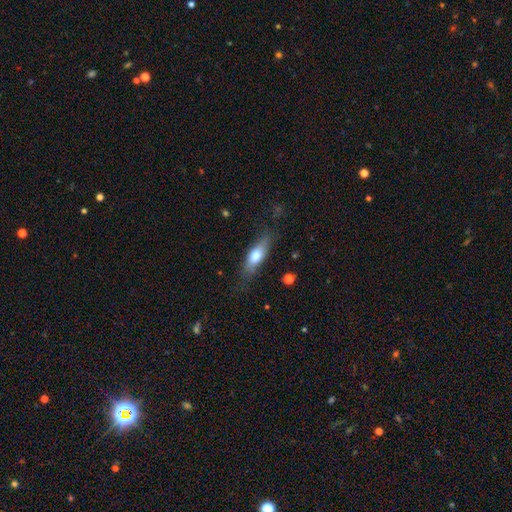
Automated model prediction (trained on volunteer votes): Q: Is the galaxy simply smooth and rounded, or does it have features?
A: smooth — 66%.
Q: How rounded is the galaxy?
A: in between — 57%.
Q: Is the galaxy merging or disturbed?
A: none — 71%.